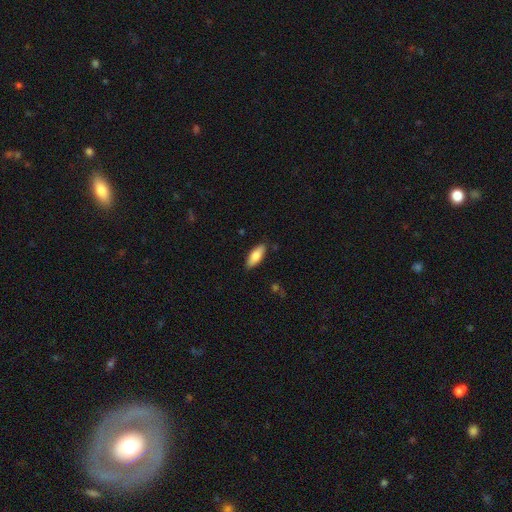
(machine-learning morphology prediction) smooth_or_featured: smooth (p=0.80) [alt: featured or disk p=0.14]
how_rounded: in between (p=0.77) [alt: cigar-shaped p=0.21]
merging: none (p=0.86) [alt: minor disturbance p=0.11]